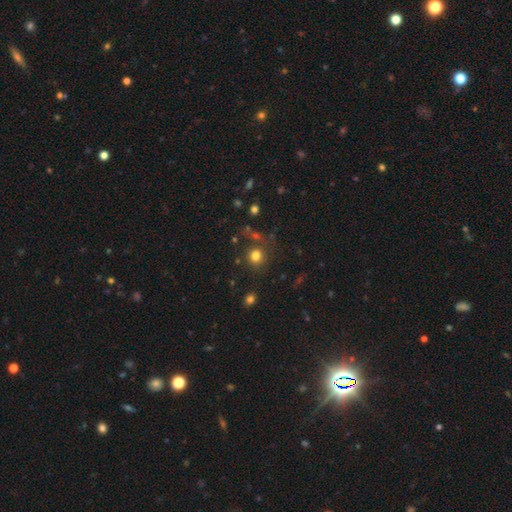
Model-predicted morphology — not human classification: Q: Smooth or featured?
A: smooth (78%); runner-up: star or artifact (15%)
Q: How rounded?
A: round (85%); runner-up: in between (14%)
Q: Merging?
A: none (74%); runner-up: minor disturbance (11%)